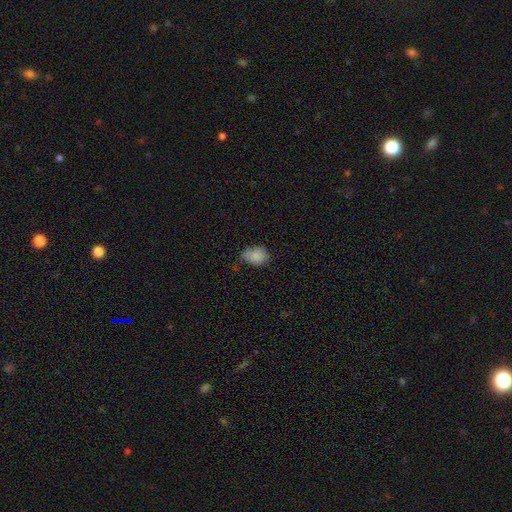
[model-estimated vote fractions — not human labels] Smooth or featured? smooth (84%)
How rounded? in between (61%)
Merging? none (54%)